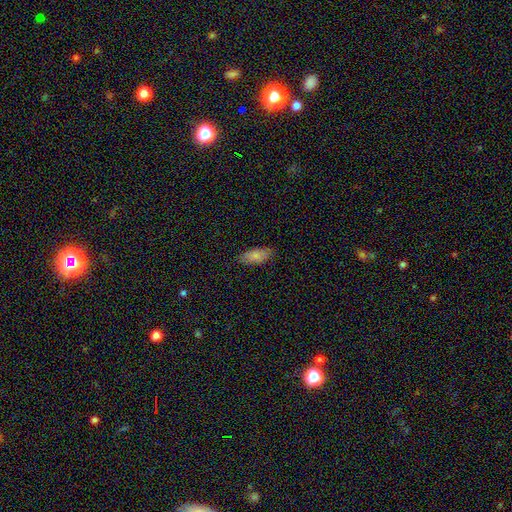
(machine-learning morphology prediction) A smooth galaxy with no disk features (83%) that is in between round and cigar-shaped (86%).

Vote fractions:
- Smooth or featured? smooth: 83% / featured or disk: 10% / star or artifact: 7%
- How rounded? in between: 86% / cigar-shaped: 12% / round: 2%
- Merging? none: 81% / minor disturbance: 15% / major disturbance: 3% / merger: 1%